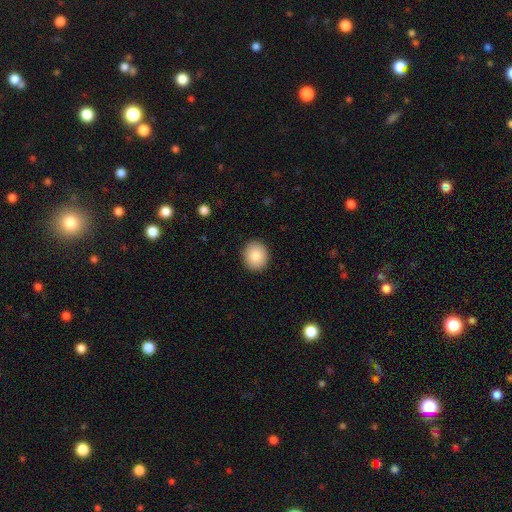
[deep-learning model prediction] Smooth or featured? smooth (86%)
How rounded? round (73%)
Merging? none (91%)